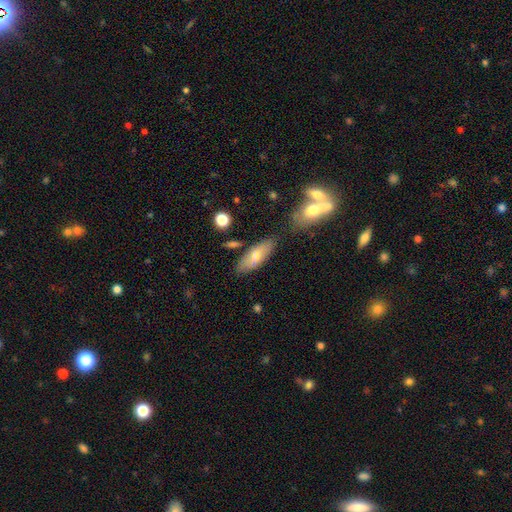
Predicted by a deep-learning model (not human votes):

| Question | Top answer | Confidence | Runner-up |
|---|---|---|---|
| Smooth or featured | smooth | 61% | featured or disk (31%) |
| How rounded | in between | 70% | cigar-shaped (27%) |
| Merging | none | 74% | minor disturbance (14%) |